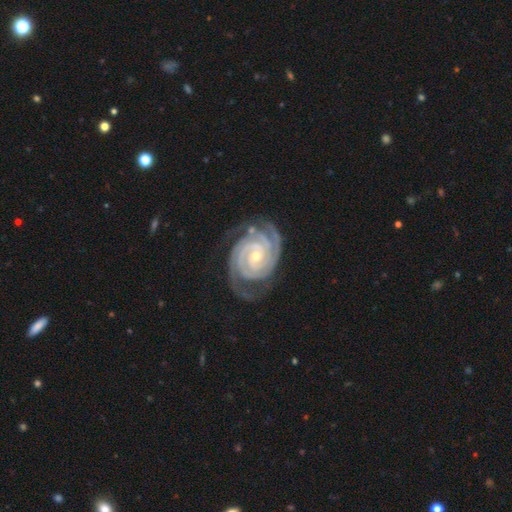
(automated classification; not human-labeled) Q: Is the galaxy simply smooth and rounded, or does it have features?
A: featured or disk — 94%.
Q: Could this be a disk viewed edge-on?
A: no — 98%.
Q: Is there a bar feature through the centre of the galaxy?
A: no — 50%.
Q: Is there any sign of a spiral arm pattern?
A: yes — 99%.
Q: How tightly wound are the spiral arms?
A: tight — 84%.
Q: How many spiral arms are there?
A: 2 — 34%.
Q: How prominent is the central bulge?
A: small — 62%.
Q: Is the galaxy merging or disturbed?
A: none — 76%.